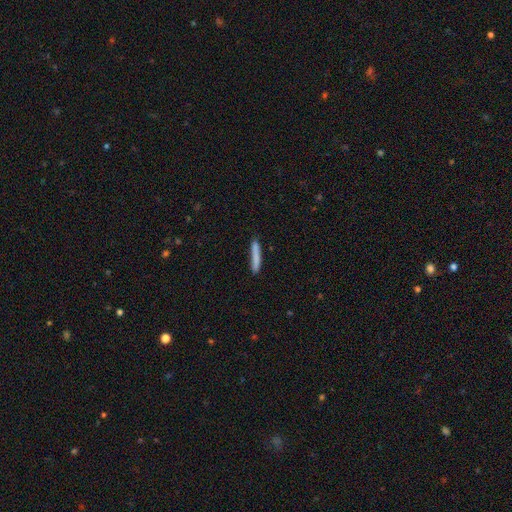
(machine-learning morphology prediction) A smooth galaxy with no disk features (82%) that is cigar-shaped (95%). Merging: none (87%).